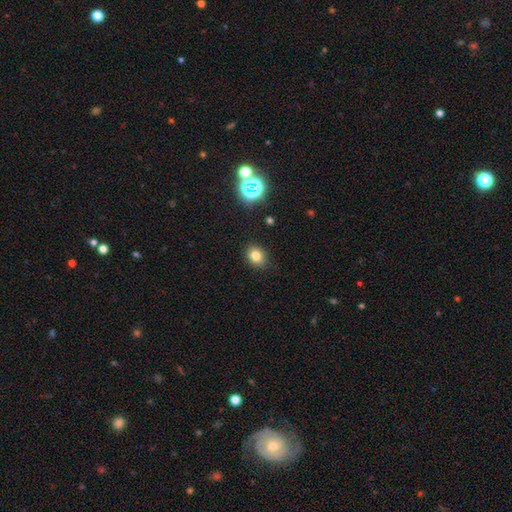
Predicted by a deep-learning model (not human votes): Smooth or featured: smooth — 78% (star or artifact — 15%)
How rounded: round — 55% (in between — 44%)
Merging: none — 87% (minor disturbance — 9%)